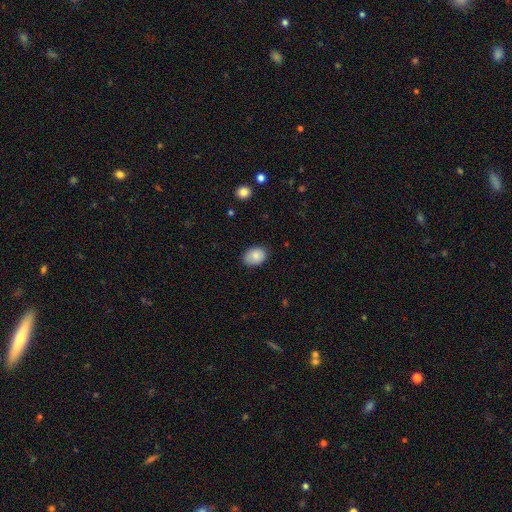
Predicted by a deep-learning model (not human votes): smooth 83%, featured or disk 9%, star or artifact 7%. Down the decision tree: how rounded — in between (75%); merging — none (81%).